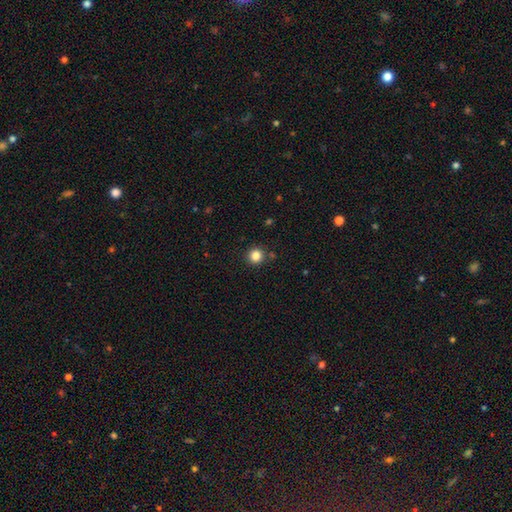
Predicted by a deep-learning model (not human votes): smooth_or_featured: smooth (p=0.84) [alt: star or artifact p=0.12]
how_rounded: round (p=0.95) [alt: in between p=0.04]
merging: none (p=0.89) [alt: minor disturbance p=0.06]